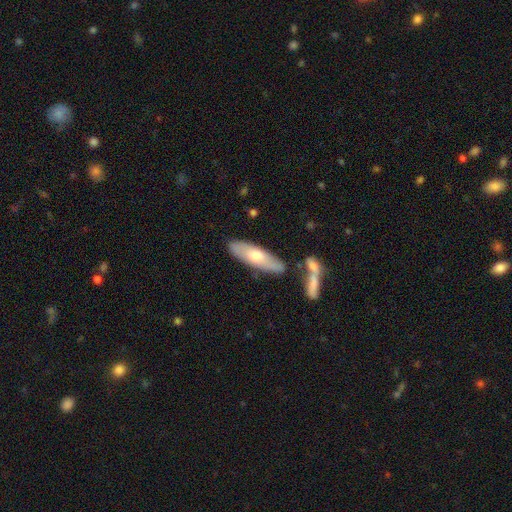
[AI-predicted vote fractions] smooth-or-featured: smooth: 55% | featured or disk: 39% | star or artifact: 6%
  how-rounded: in between: 49% (tied) | cigar-shaped: 49% (tied) | round: 2%
  merging: none: 76% | minor disturbance: 13% | merger: 7% | major disturbance: 3%